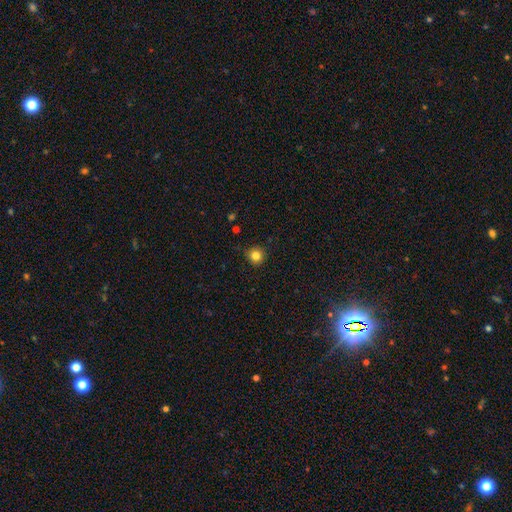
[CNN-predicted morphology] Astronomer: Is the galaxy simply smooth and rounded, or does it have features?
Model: smooth — 83%.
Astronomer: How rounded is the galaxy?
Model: round — 94%.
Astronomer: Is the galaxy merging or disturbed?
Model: none — 90%.